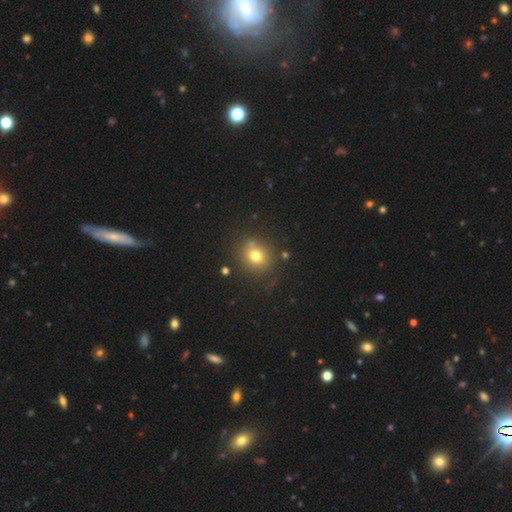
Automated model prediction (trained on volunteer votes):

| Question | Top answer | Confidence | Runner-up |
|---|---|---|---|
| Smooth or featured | smooth | 74% | star or artifact (16%) |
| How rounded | round | 79% | in between (20%) |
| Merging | none | 79% | minor disturbance (11%) |